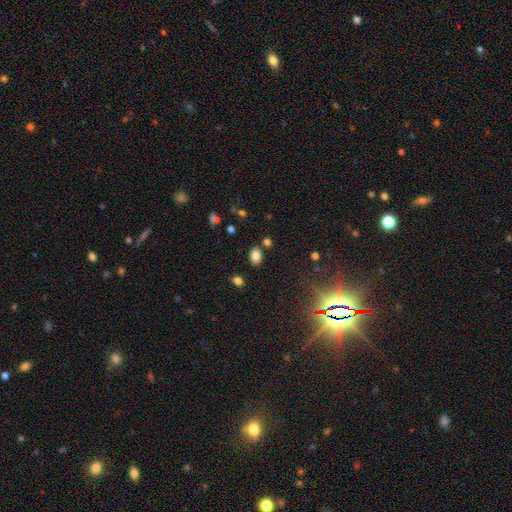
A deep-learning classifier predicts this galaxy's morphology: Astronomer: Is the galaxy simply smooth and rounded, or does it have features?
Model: smooth — 83%.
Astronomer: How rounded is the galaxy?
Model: in between — 81%.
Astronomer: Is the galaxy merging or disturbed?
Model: none — 80%.